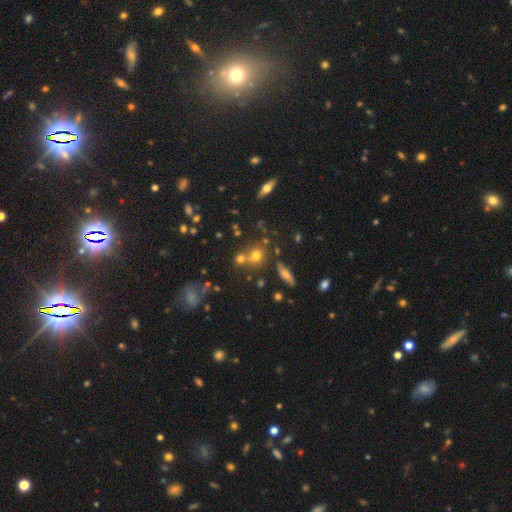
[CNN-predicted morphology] Smooth or featured?
  - smooth: 66% *
  - star or artifact: 19%
  - featured or disk: 15%
How rounded?
  - round: 79% *
  - in between: 18%
  - cigar-shaped: 2%
Merging?
  - none: 52% *
  - merger: 35%
  - minor disturbance: 9%
  - major disturbance: 4%